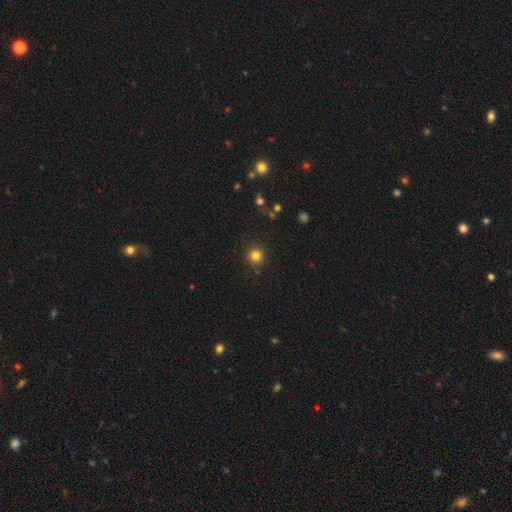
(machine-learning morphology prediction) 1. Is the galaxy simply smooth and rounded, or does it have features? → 82% smooth, 13% star or artifact, 5% featured or disk.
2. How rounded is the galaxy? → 95% round, 4% in between, 1% cigar-shaped.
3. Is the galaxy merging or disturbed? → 90% none, 6% minor disturbance, 2% major disturbance, 2% merger.